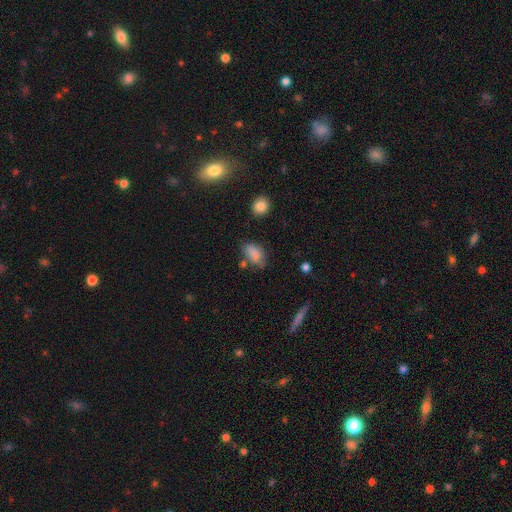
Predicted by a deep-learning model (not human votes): smooth_or_featured: smooth (p=0.81) [alt: star or artifact p=0.10]
how_rounded: in between (p=0.89) [alt: round p=0.09]
merging: none (p=0.50) [alt: minor disturbance p=0.28]